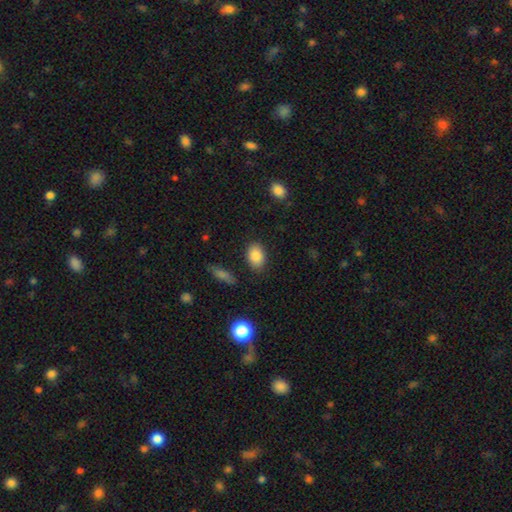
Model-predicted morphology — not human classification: Smooth or featured?
  - smooth: 86% *
  - star or artifact: 8%
  - featured or disk: 6%
How rounded?
  - in between: 83% *
  - round: 15%
  - cigar-shaped: 2%
Merging?
  - none: 85% *
  - minor disturbance: 10%
  - major disturbance: 3%
  - merger: 2%